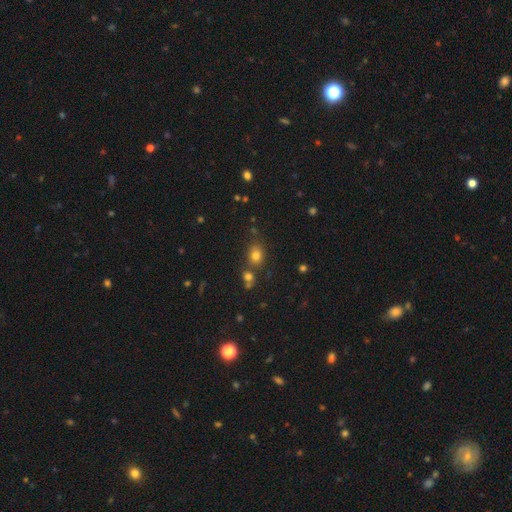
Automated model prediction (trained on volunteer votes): A smooth galaxy with no disk features (77%) that is in between round and cigar-shaped (50%). Merging: none (67%).